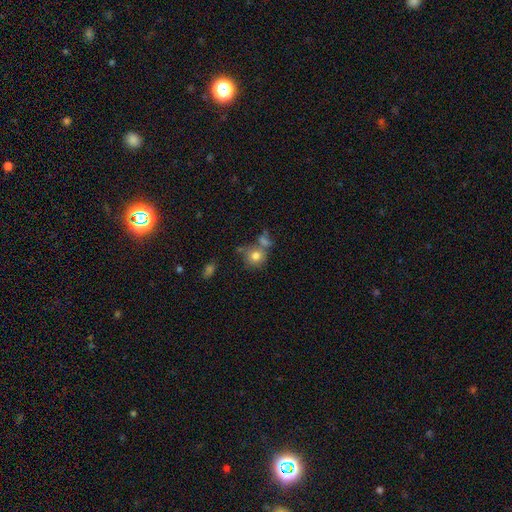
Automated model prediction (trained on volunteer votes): Smooth or featured: smooth — 78% (featured or disk — 12%)
How rounded: round — 81% (in between — 18%)
Merging: none — 52% (merger — 27%)